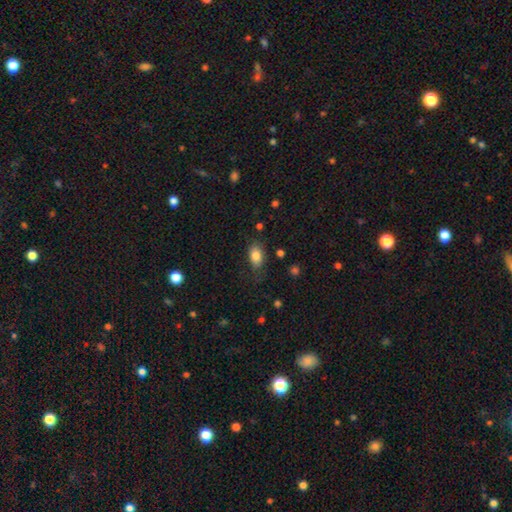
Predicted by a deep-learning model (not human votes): The model was most divided on "merging": none: 72%, minor disturbance: 19%, major disturbance: 6%, merger: 2%. More confident: how rounded — in between (88%); smooth or featured — smooth (83%).